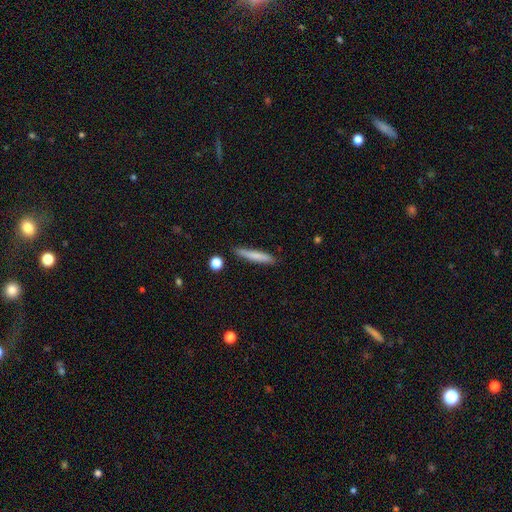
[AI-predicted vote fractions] A smooth galaxy with no disk features (75%) that is cigar-shaped (93%).

Vote fractions:
- Smooth or featured? smooth: 75% / featured or disk: 18% / star or artifact: 7%
- How rounded? cigar-shaped: 93% / in between: 6% / round: 1%
- Merging? none: 85% / minor disturbance: 11% / major disturbance: 2% / merger: 2%